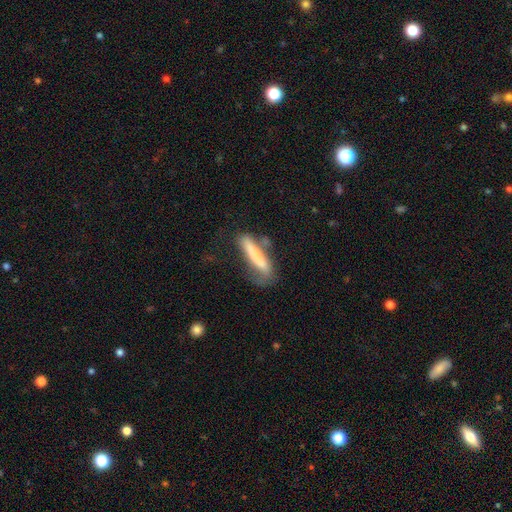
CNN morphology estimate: Smooth or featured? Predicted: smooth (p=0.68). How rounded? Predicted: cigar-shaped (p=0.88). Merging? Predicted: none (p=0.52).